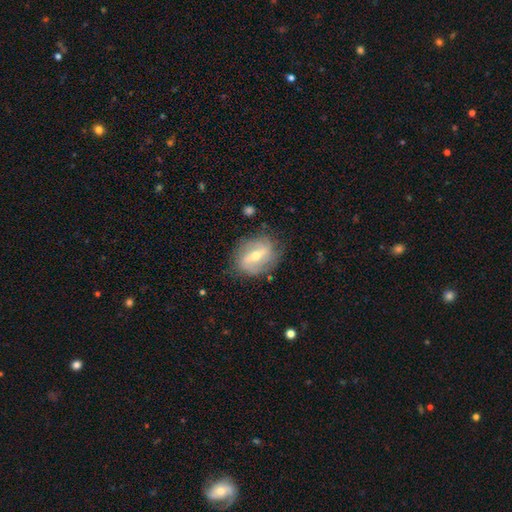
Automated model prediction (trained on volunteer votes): Overall: featured or disk (73%). Edge-on disk: no (93%). Bar: strong (46%; weak 39%). Spiral arms: yes (77%). Spiral arm count: 2 (69%). Spiral winding: medium (37%; loose 35%). Bulge size: moderate (59%; small 36%). Merging: none (75%).